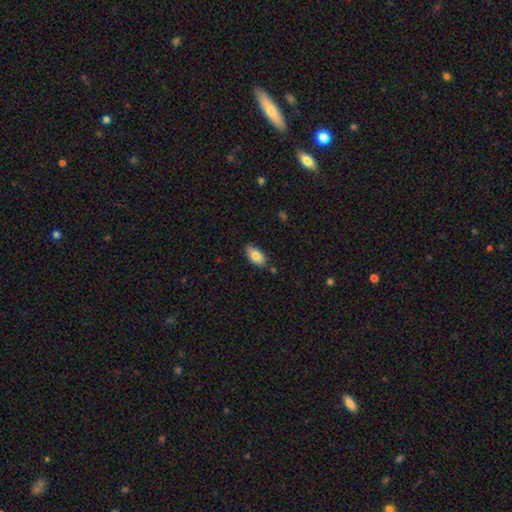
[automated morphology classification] Smooth or featured? Predicted: smooth (p=0.81). How rounded? Predicted: in between (p=0.92). Merging? Predicted: none (p=0.81).